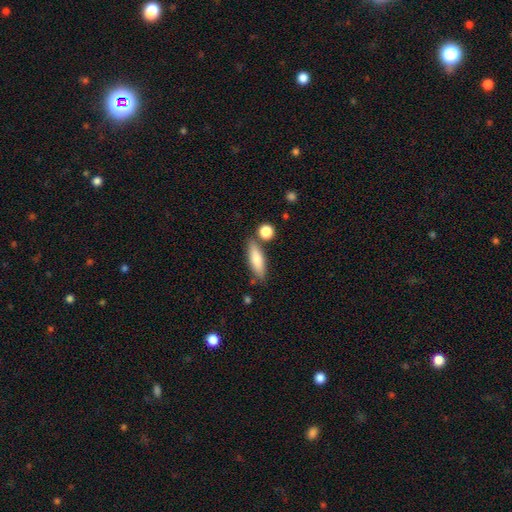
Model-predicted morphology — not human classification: Smooth or featured? smooth (76%)
How rounded? cigar-shaped (54%)
Merging? none (76%)